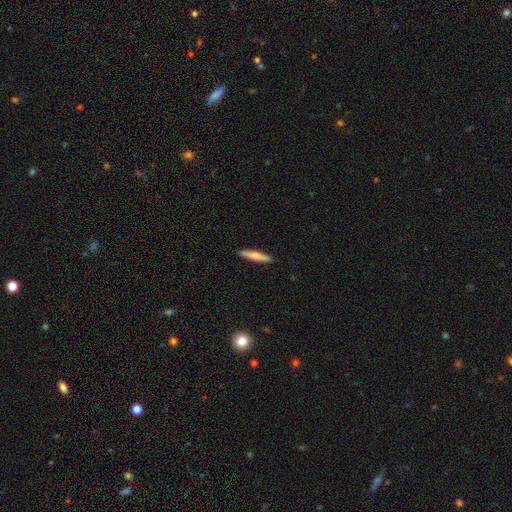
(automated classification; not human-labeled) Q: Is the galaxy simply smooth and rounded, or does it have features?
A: smooth — 73%.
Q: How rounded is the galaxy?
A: cigar-shaped — 92%.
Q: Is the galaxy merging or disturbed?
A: none — 90%.